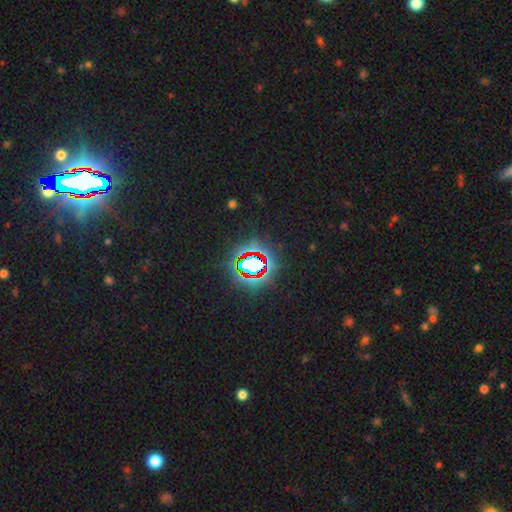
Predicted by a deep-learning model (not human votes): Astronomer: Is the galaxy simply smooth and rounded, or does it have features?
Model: star or artifact — 79%.